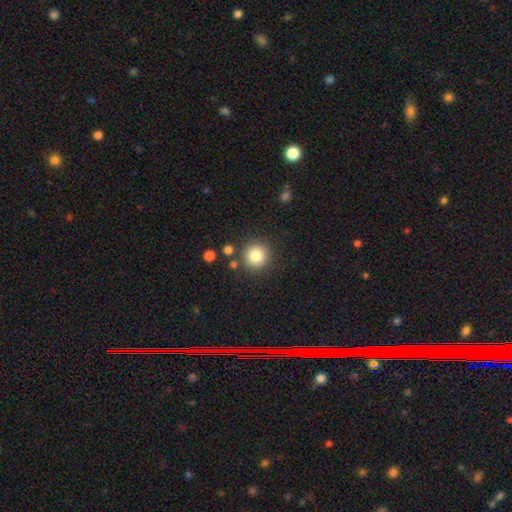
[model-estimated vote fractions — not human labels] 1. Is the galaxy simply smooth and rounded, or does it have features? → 83% smooth, 11% star or artifact, 7% featured or disk.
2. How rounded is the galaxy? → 94% round, 5% in between, 1% cigar-shaped.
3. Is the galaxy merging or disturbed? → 86% none, 7% minor disturbance, 4% merger, 3% major disturbance.